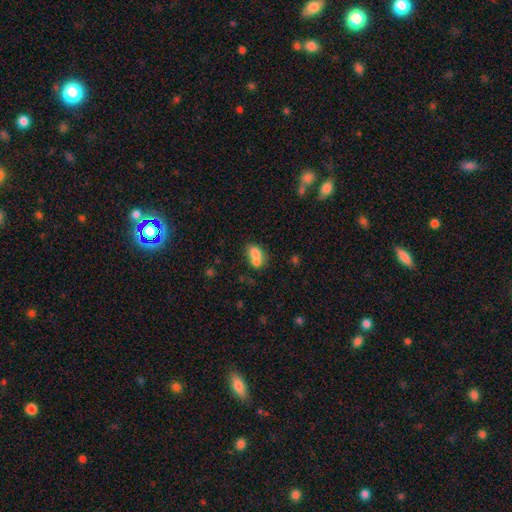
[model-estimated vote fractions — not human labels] Smooth or featured? smooth (76%)
How rounded? in between (82%)
Merging? merger (46%)